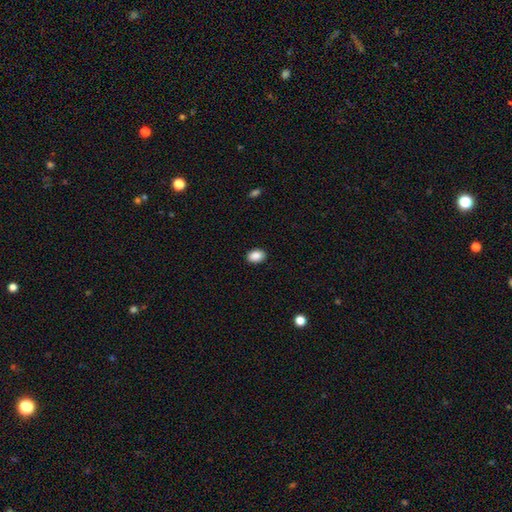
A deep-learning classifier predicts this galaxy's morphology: Smooth or featured? Predicted: smooth (p=0.89). How rounded? Predicted: in between (p=0.77). Merging? Predicted: none (p=0.90).